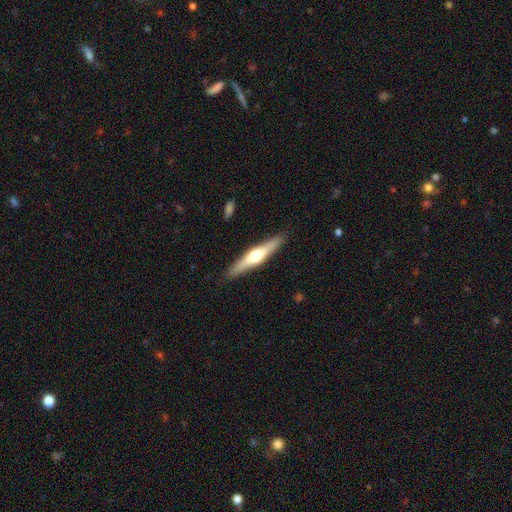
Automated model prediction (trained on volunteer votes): A featured or disk galaxy (59%) viewed edge-on (95%) with a rounded central bulge (91%).

Vote fractions:
- Smooth or featured? featured or disk: 59% / smooth: 36% / star or artifact: 5%
- Edge-on disk? yes: 95% / no: 5%
- Edge-on bulge? rounded: 91% / boxy: 5% / none: 4%
- Merging? none: 89% / minor disturbance: 8% / major disturbance: 2% / merger: 1%